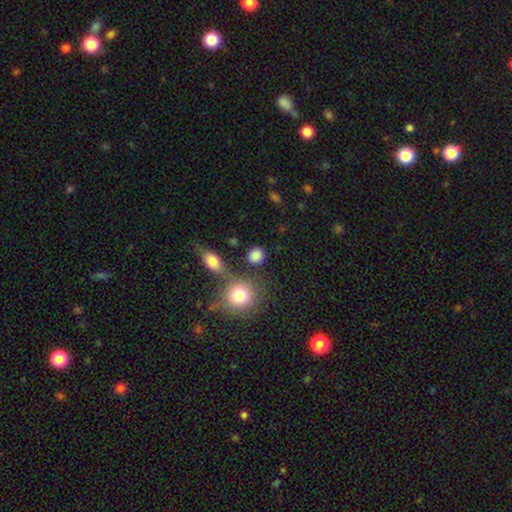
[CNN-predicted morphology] smooth 84%, star or artifact 11%, featured or disk 6%. Down the decision tree: how rounded — round (83%); merging — none (76%).